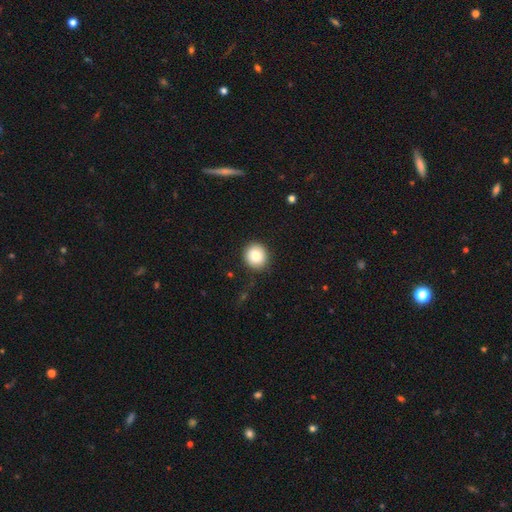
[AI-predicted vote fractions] smooth-or-featured: smooth: 87% | star or artifact: 8% | featured or disk: 5%
  how-rounded: round: 90% | in between: 9% | cigar-shaped: 1%
  merging: none: 88% | minor disturbance: 8% | major disturbance: 3% | merger: 1%